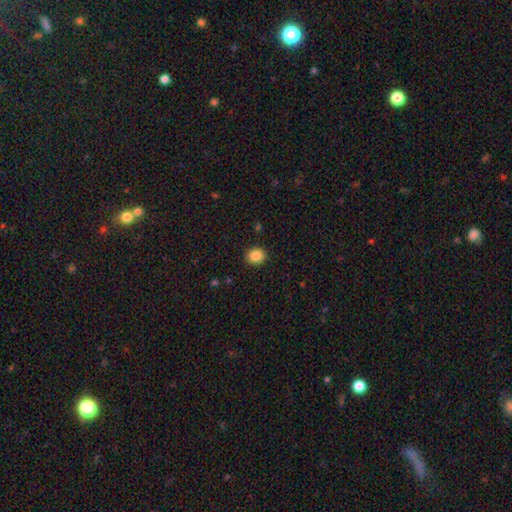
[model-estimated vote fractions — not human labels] Smooth or featured?
  - smooth: 88% *
  - star or artifact: 9%
  - featured or disk: 3%
How rounded?
  - round: 71% *
  - in between: 28%
  - cigar-shaped: 1%
Merging?
  - none: 90% *
  - minor disturbance: 7%
  - major disturbance: 2%
  - merger: 1%